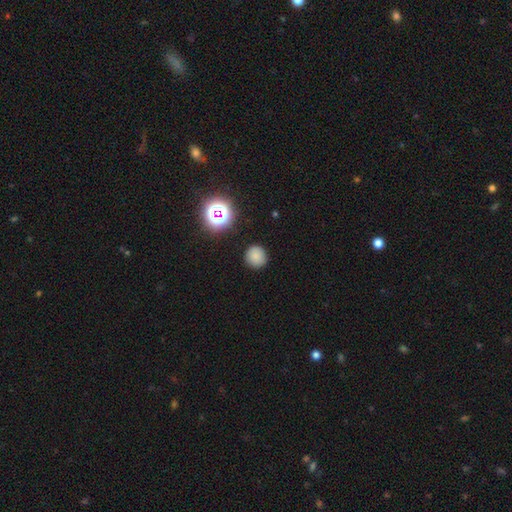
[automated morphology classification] smooth-or-featured: smooth: 79% | star or artifact: 15% | featured or disk: 5%
  how-rounded: round: 93% | in between: 6% | cigar-shaped: 1%
  merging: none: 90% | minor disturbance: 7% | major disturbance: 2% | merger: 1%